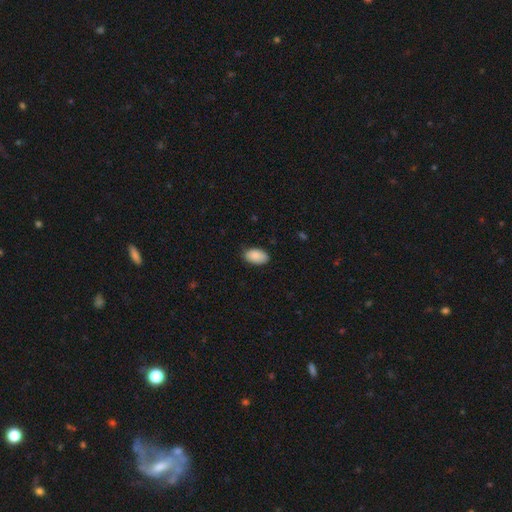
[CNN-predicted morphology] smooth-or-featured: smooth: 89% | star or artifact: 6% | featured or disk: 5%
  how-rounded: in between: 95% | round: 4% | cigar-shaped: 1%
  merging: none: 81% | minor disturbance: 15% | major disturbance: 2% | merger: 1%